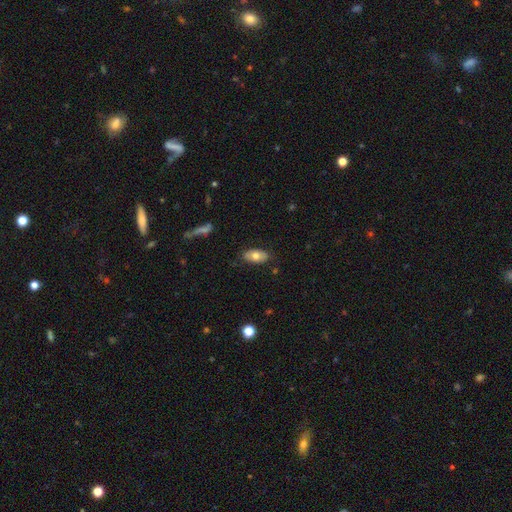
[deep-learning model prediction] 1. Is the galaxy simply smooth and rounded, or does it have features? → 69% smooth, 24% featured or disk, 7% star or artifact.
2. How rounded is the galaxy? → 92% in between, 4% round, 4% cigar-shaped.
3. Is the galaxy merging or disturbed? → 83% none, 14% minor disturbance, 2% major disturbance, 1% merger.